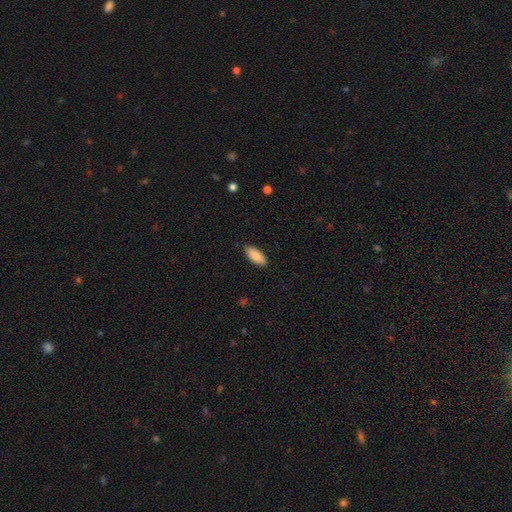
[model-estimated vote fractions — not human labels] Morphology: type=smooth (88%); roundness=in between (84%); merging=none (88%).